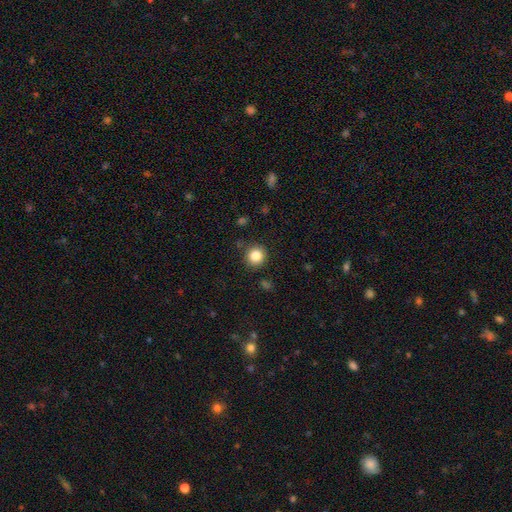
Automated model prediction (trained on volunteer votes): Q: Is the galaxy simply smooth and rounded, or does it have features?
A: smooth — 85%.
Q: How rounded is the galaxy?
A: round — 91%.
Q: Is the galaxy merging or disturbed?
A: none — 87%.